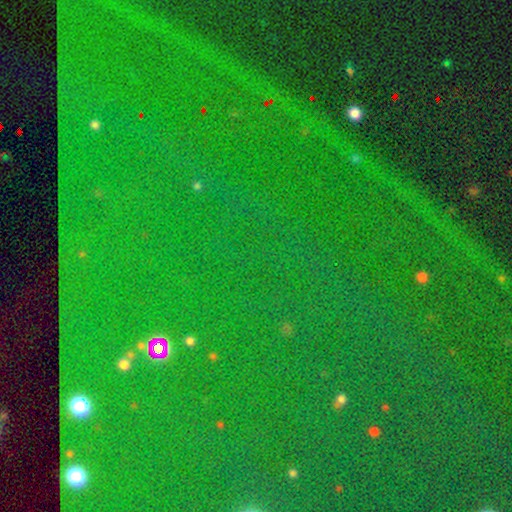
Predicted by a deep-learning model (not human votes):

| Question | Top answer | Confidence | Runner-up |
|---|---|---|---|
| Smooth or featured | star or artifact | 86% | smooth (8%) |